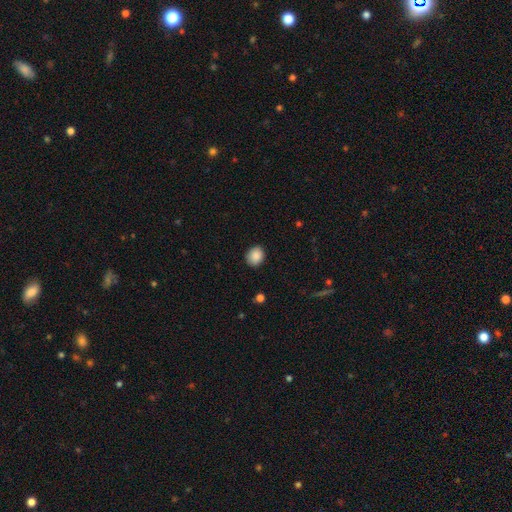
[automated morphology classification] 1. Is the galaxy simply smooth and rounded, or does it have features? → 89% smooth, 8% star or artifact, 3% featured or disk.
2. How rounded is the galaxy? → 63% round, 36% in between, 1% cigar-shaped.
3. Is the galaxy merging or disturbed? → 89% none, 8% minor disturbance, 2% major disturbance, 1% merger.